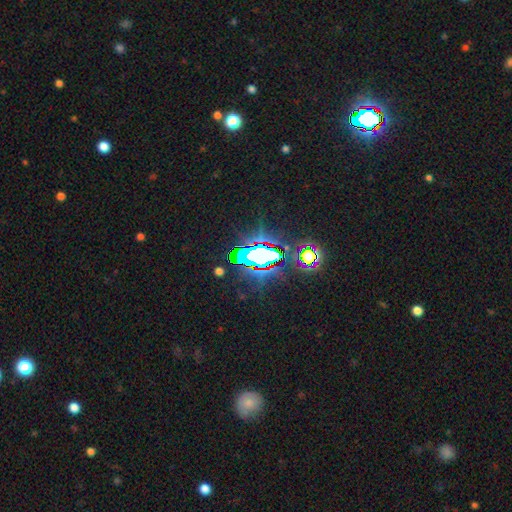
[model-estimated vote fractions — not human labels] The model was most divided on "smooth or featured": star or artifact: 67%, smooth: 16%, featured or disk: 16%.